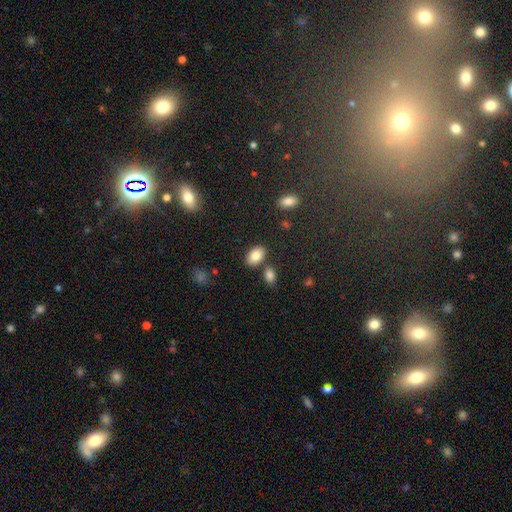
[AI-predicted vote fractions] Smooth or featured?
  - smooth: 84% *
  - featured or disk: 8%
  - star or artifact: 8%
How rounded?
  - in between: 90% *
  - round: 8%
  - cigar-shaped: 1%
Merging?
  - none: 77% *
  - minor disturbance: 10%
  - merger: 10%
  - major disturbance: 3%